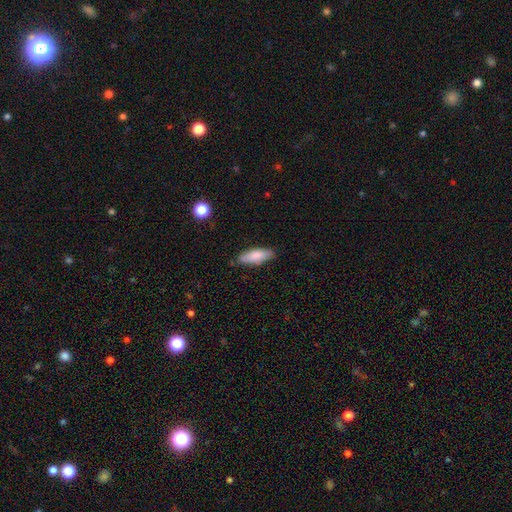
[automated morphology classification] smooth 79%, featured or disk 15%, star or artifact 6%. Down the decision tree: how rounded — in between (59%); merging — none (82%).